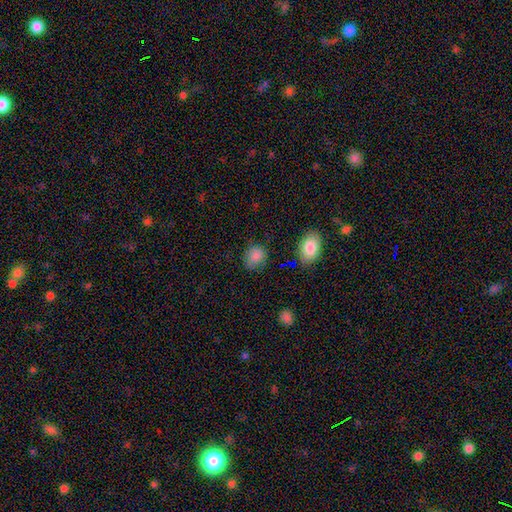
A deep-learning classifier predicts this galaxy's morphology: smooth-or-featured: smooth: 84% | star or artifact: 11% | featured or disk: 5%
  how-rounded: round: 55% | in between: 44% | cigar-shaped: 1%
  merging: none: 71% | minor disturbance: 21% | major disturbance: 5% | merger: 3%